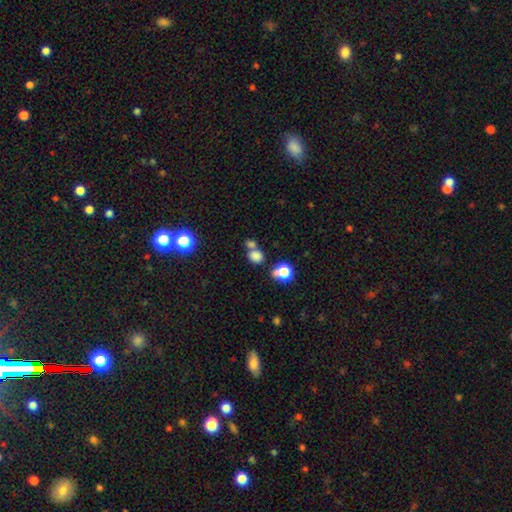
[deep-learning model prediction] smooth_or_featured: smooth (p=0.76) [alt: star or artifact p=0.17]
how_rounded: round (p=0.61) [alt: in between p=0.37]
merging: none (p=0.47) [alt: merger p=0.40]